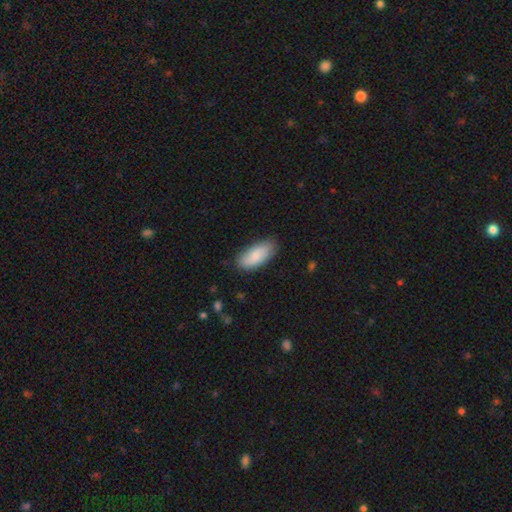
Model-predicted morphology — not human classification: Smooth or featured?
  - smooth: 82% *
  - featured or disk: 12%
  - star or artifact: 6%
How rounded?
  - in between: 88% *
  - cigar-shaped: 10%
  - round: 2%
Merging?
  - none: 80% *
  - minor disturbance: 16%
  - major disturbance: 3%
  - merger: 1%